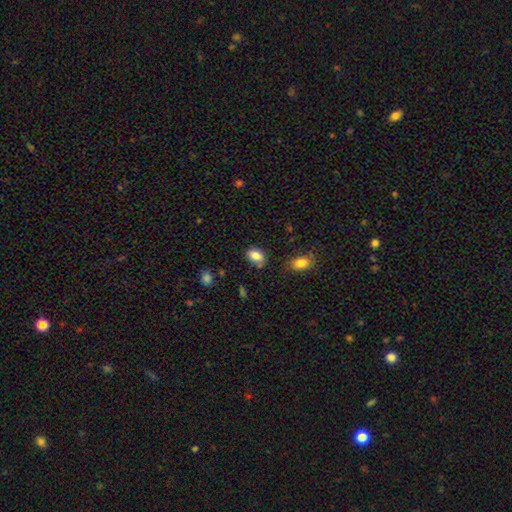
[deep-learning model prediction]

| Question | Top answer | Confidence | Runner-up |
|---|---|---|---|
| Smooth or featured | smooth | 83% | star or artifact (9%) |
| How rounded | in between | 81% | round (17%) |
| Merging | none | 69% | minor disturbance (18%) |